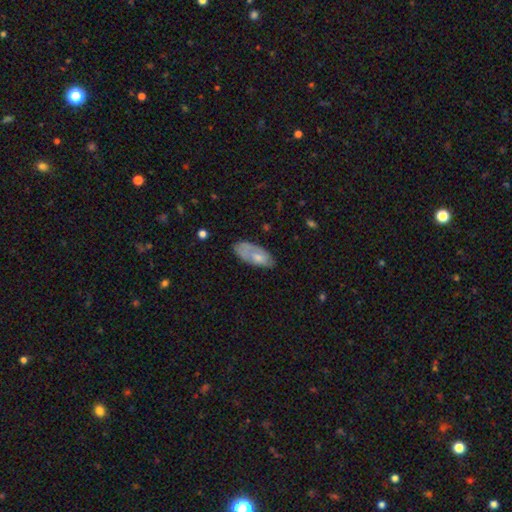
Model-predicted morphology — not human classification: Smooth or featured?
  - smooth: 62% *
  - featured or disk: 31%
  - star or artifact: 7%
How rounded?
  - in between: 86% *
  - cigar-shaped: 11%
  - round: 3%
Merging?
  - none: 55% *
  - minor disturbance: 30%
  - major disturbance: 12%
  - merger: 3%